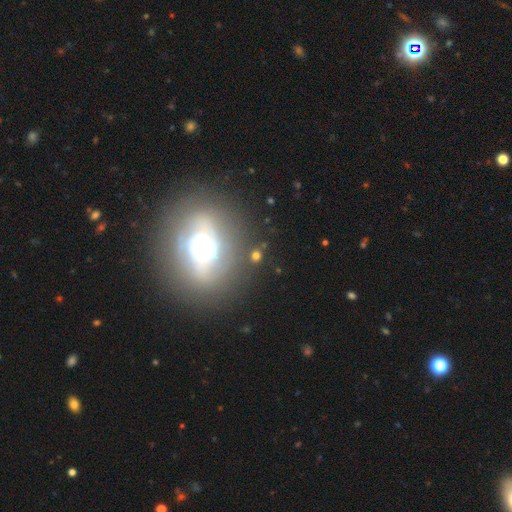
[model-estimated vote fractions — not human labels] A featured or disk galaxy (62%) with no bar (77%), spiral arms (59%) and a moderate central bulge (36%).

Vote fractions:
- Smooth or featured? featured or disk: 62% / smooth: 26% / star or artifact: 13%
- Edge-on disk? no: 93% / yes: 7%
- Bar? no: 77% / weak: 16% / strong: 7%
- Spiral arms? yes: 59% / no: 41%
- Bulge size? moderate: 36% / small: 32% / large: 21% / dominant: 7% / none: 4%
- Merging? none: 65% / minor disturbance: 17% / major disturbance: 14% / merger: 5%